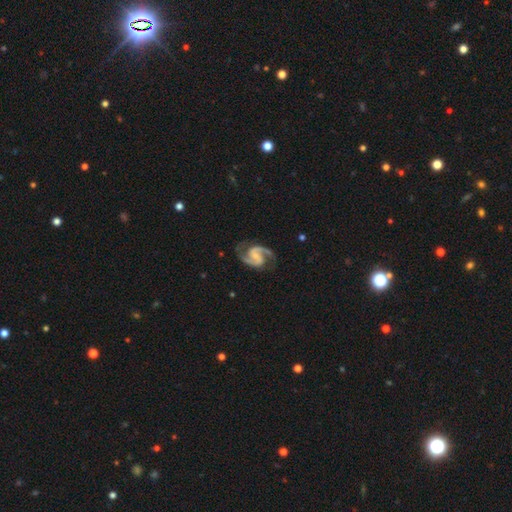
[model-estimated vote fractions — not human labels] featured or disk 94%, star or artifact 3%, smooth 3%. Down the decision tree: edge-on disk — no (98%); bar — weak (46%); spiral arms — yes (99%); spiral arm count — 2 (94%); spiral winding — medium (66%); bulge size — small (60%); merging — none (80%).